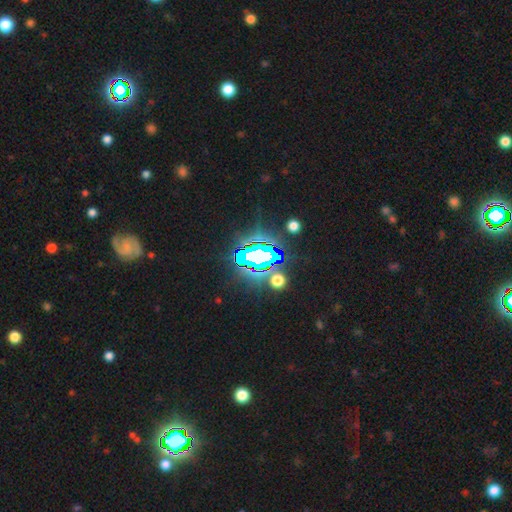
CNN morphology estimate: type=star or artifact (76%).